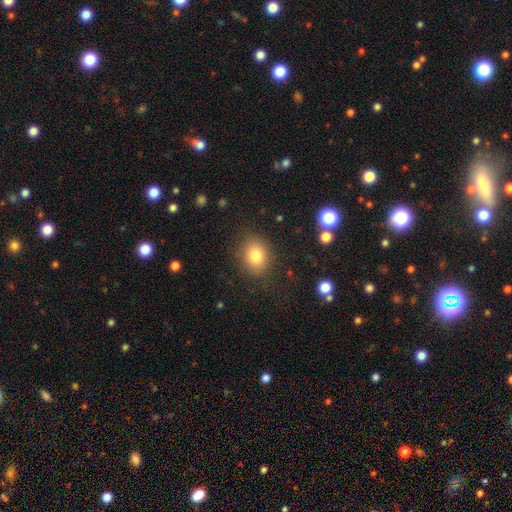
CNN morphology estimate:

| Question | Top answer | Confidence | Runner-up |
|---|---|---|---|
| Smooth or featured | smooth | 80% | star or artifact (11%) |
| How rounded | in between | 52% | round (47%) |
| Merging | none | 84% | minor disturbance (11%) |